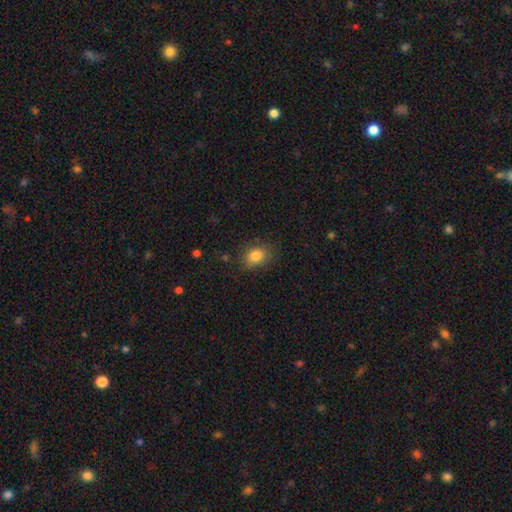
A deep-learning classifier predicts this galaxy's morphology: A smooth galaxy with no disk features (83%) that is in between round and cigar-shaped (66%). Merging: none (80%).